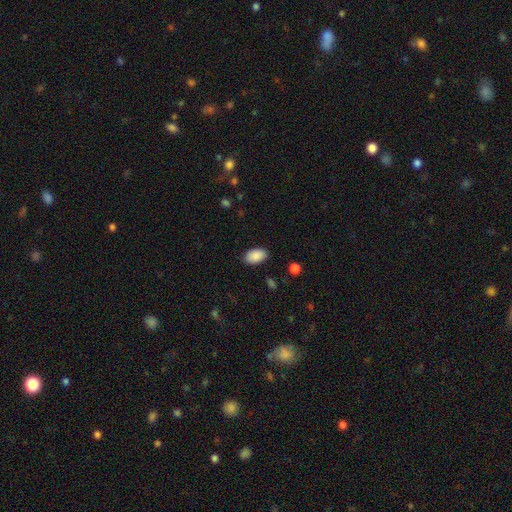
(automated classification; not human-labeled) This is clearly a smooth galaxy (90%). How rounded: clearly in between (93%). Merging: clearly none (87%).